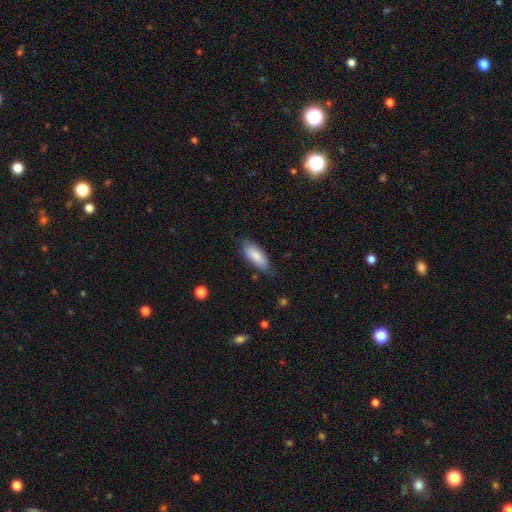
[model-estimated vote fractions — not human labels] This appears to be a smooth galaxy with no disk features (84%) that is in between round and cigar-shaped (79%). Merging: none (75%).